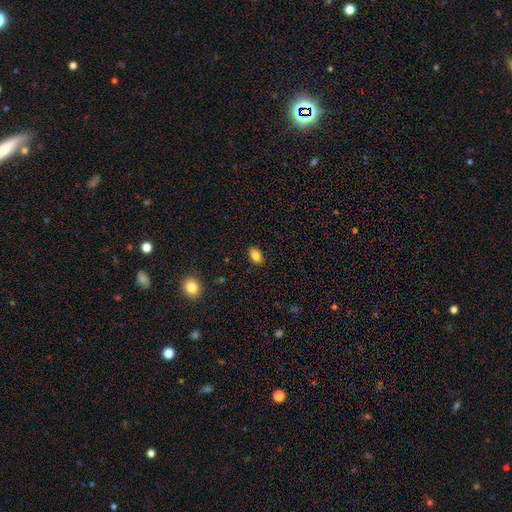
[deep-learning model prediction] This is clearly a smooth galaxy (83%). How rounded: clearly in between (87%). Merging: clearly none (88%).